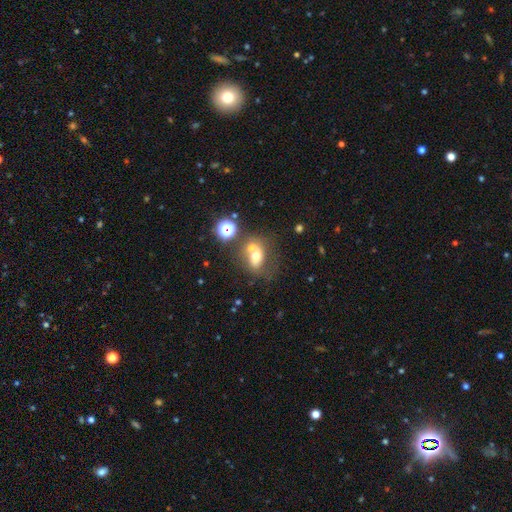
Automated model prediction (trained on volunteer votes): smooth 56%, featured or disk 28%, star or artifact 15%. Down the decision tree: how rounded — in between (63%); merging — merger (42%).